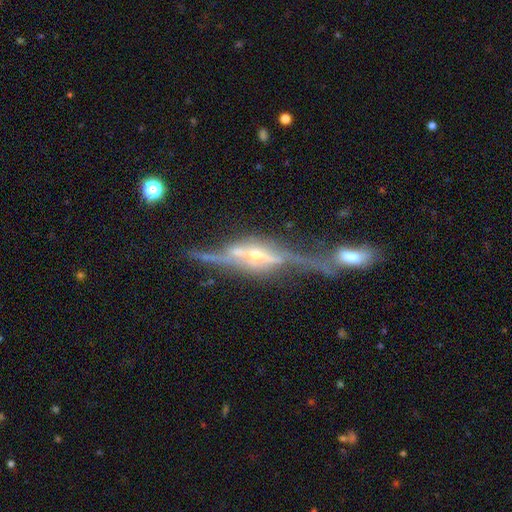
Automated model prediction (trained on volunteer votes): Smooth or featured?
  - featured or disk: 88% *
  - star or artifact: 7%
  - smooth: 5%
Edge-on disk?
  - yes: 88% *
  - no: 12%
Edge-on bulge?
  - rounded: 74% *
  - boxy: 19%
  - none: 6%
Merging?
  - none: 48% *
  - merger: 25%
  - minor disturbance: 16%
  - major disturbance: 11%